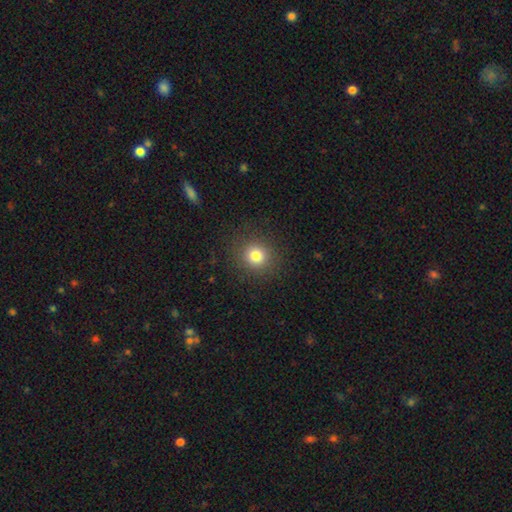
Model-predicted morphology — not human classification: smooth 80%, star or artifact 13%, featured or disk 7%. Down the decision tree: how rounded — round (89%); merging — none (89%).